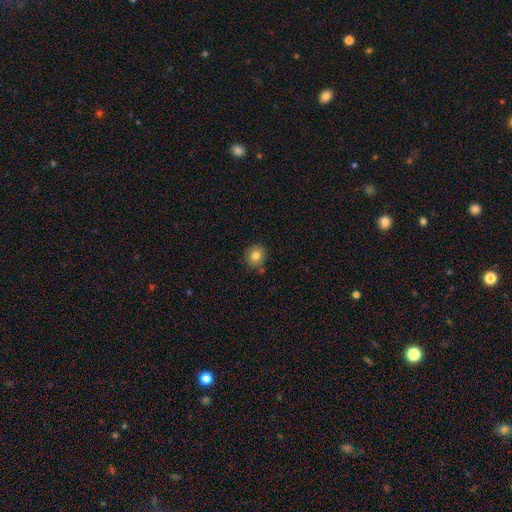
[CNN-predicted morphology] smooth 82%, star or artifact 10%, featured or disk 8%. Down the decision tree: how rounded — round (85%); merging — none (81%).